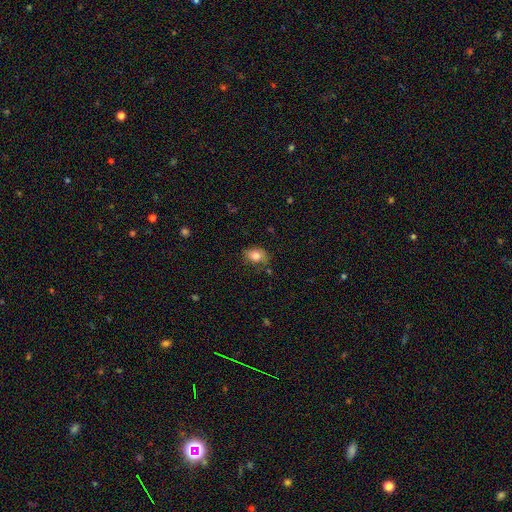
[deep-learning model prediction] Smooth or featured?
  - smooth: 82% *
  - featured or disk: 9%
  - star or artifact: 9%
How rounded?
  - in between: 70% *
  - round: 29%
  - cigar-shaped: 1%
Merging?
  - none: 67% *
  - minor disturbance: 25%
  - major disturbance: 6%
  - merger: 3%